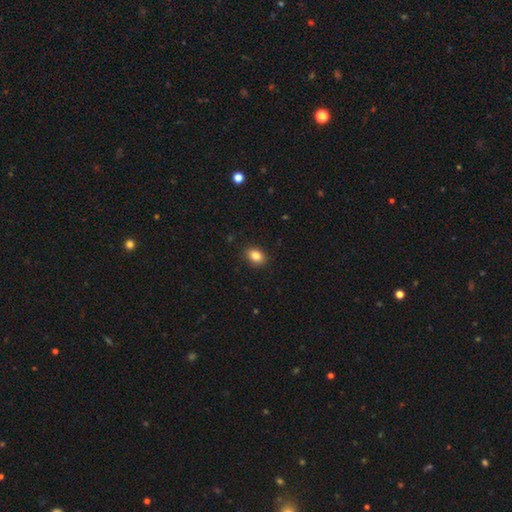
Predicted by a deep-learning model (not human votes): A smooth galaxy with no disk features (85%) that is in between round and cigar-shaped (71%).

Vote fractions:
- Smooth or featured? smooth: 85% / star or artifact: 9% / featured or disk: 6%
- How rounded? in between: 71% / round: 28% / cigar-shaped: 1%
- Merging? none: 89% / minor disturbance: 8% / major disturbance: 2% / merger: 1%